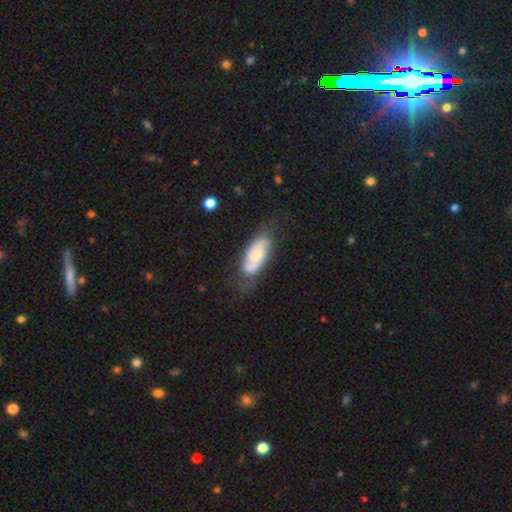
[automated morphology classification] The model was most divided on "smooth or featured": featured or disk: 49%, smooth: 44%, star or artifact: 6%. More confident: merging — none (57%).